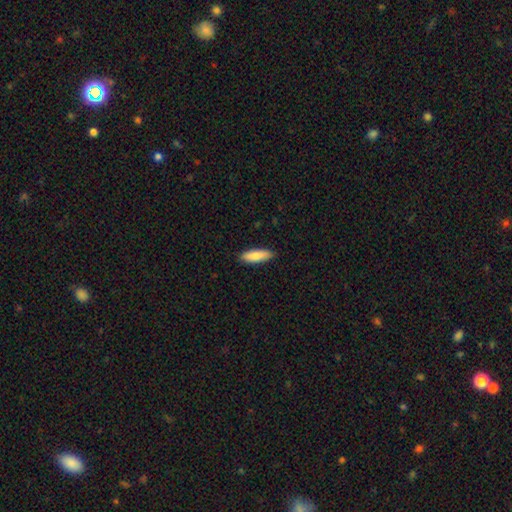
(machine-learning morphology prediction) smooth 84%, featured or disk 10%, star or artifact 6%. Down the decision tree: how rounded — cigar-shaped (52%); merging — none (89%).